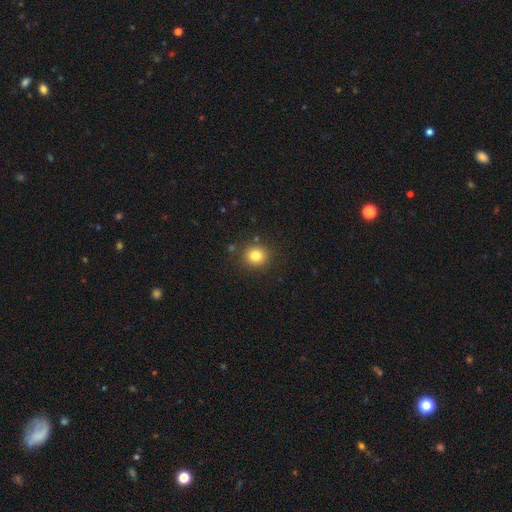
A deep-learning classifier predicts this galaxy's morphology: Smooth or featured?
  - smooth: 81% *
  - star or artifact: 12%
  - featured or disk: 7%
How rounded?
  - round: 86% *
  - in between: 13%
  - cigar-shaped: 1%
Merging?
  - none: 87% *
  - minor disturbance: 8%
  - merger: 3%
  - major disturbance: 3%